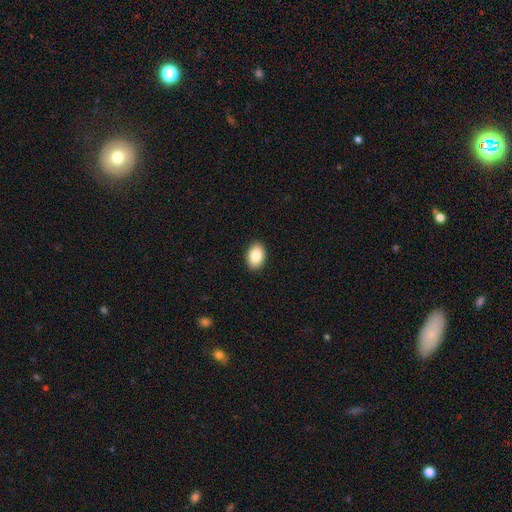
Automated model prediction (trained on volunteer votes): This is clearly a smooth galaxy (85%). How rounded: clearly in between (88%). Merging: clearly none (91%).